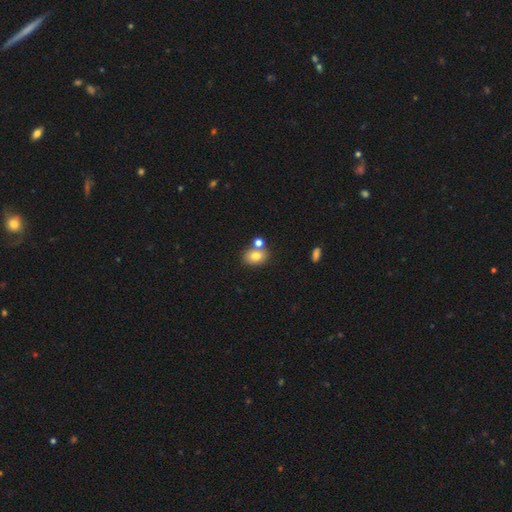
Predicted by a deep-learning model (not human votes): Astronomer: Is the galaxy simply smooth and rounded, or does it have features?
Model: smooth — 79%.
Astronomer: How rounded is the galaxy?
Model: in between — 65%.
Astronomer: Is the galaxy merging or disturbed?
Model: none — 59%.